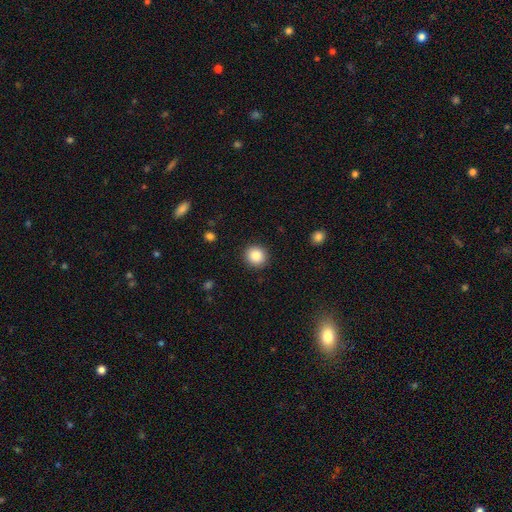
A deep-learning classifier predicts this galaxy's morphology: smooth 86%, star or artifact 9%, featured or disk 5%. Down the decision tree: how rounded — round (90%); merging — none (91%).